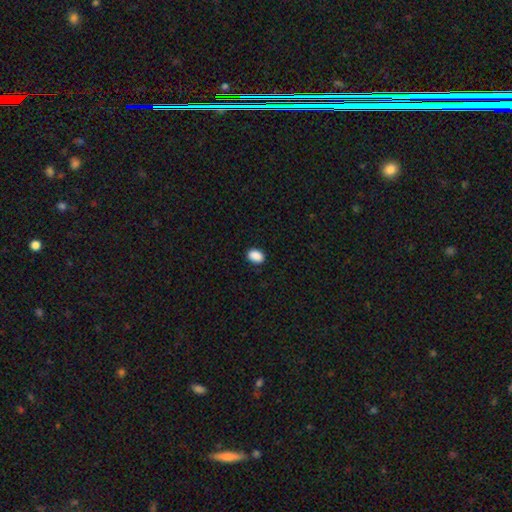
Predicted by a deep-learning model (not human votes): Q: Smooth or featured?
A: smooth (90%); runner-up: star or artifact (8%)
Q: How rounded?
A: in between (78%); runner-up: round (21%)
Q: Merging?
A: none (89%); runner-up: minor disturbance (8%)